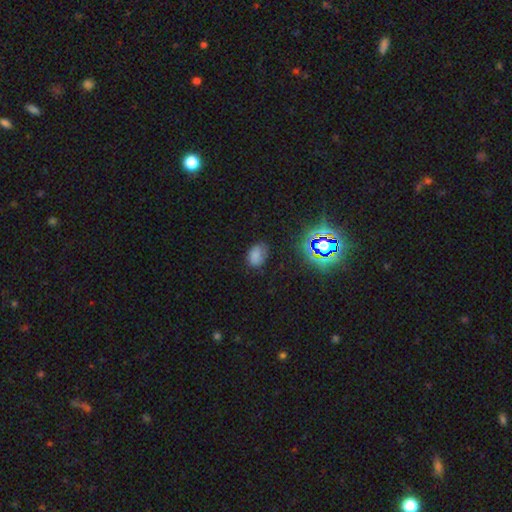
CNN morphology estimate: This is likely a smooth galaxy (71%). How rounded: clearly in between (82%). Merging: likely none (68%).